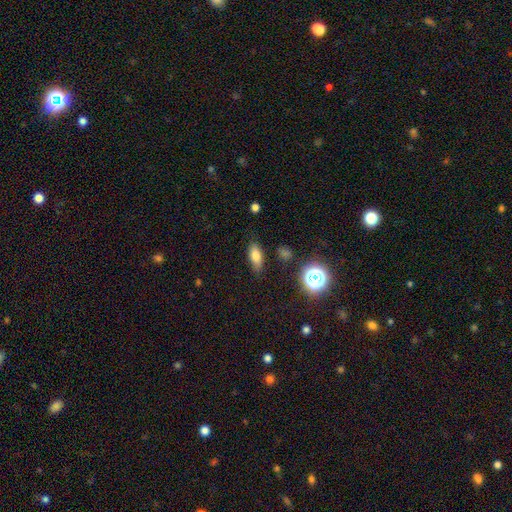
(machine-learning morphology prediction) type=smooth (75%); roundness=in between (75%); merging=none (81%).